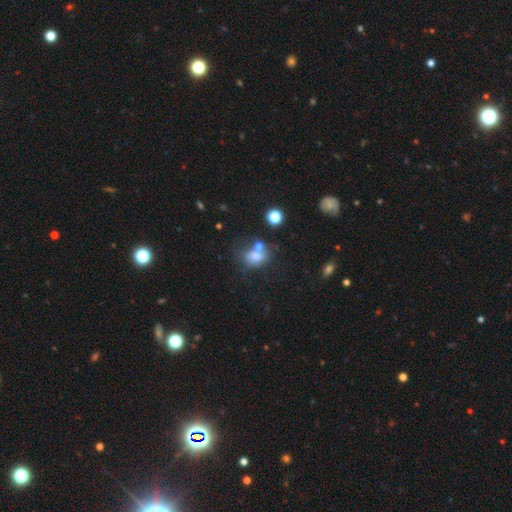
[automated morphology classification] A smooth galaxy with no disk features (68%) that is in between round and cigar-shaped (62%).

Vote fractions:
- Smooth or featured? smooth: 68% / featured or disk: 18% / star or artifact: 14%
- How rounded? in between: 62% / round: 37% / cigar-shaped: 2%
- Merging? merger: 40% / none: 34% / minor disturbance: 15% / major disturbance: 10%